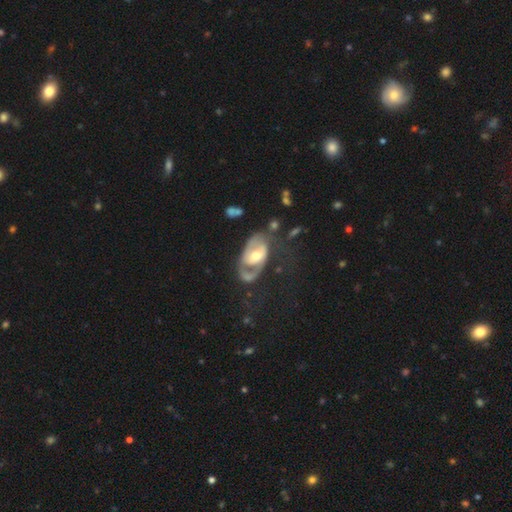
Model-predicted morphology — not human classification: Smooth or featured? featured or disk (73%)
Edge-on disk? no (94%)
Bar? no (47%)
Spiral arms? yes (71%)
Bulge size? moderate (65%)
Merging? none (38%)